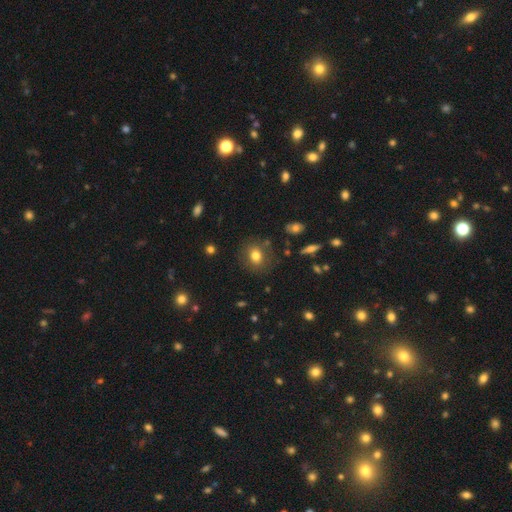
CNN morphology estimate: smooth_or_featured: smooth (p=0.74) [alt: featured or disk p=0.13]
how_rounded: round (p=0.70) [alt: in between p=0.28]
merging: none (p=0.82) [alt: minor disturbance p=0.12]